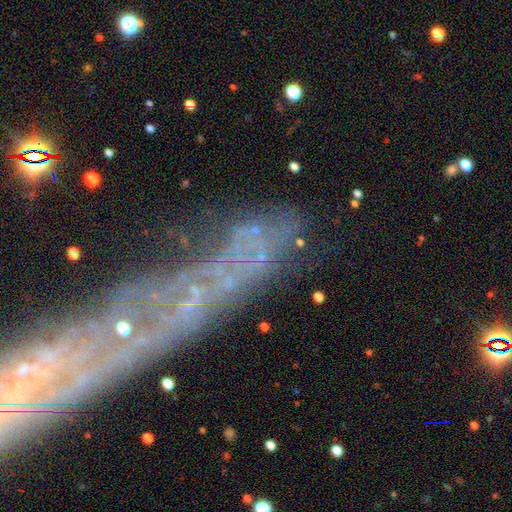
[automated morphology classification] Smooth or featured? featured or disk (48%)
Merging? none (53%)